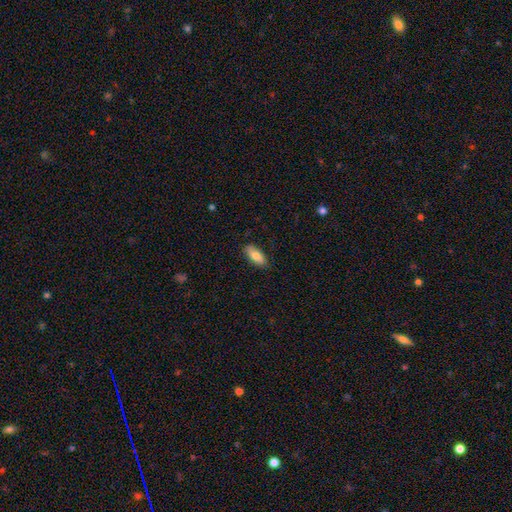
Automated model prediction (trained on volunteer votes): Smooth or featured? Predicted: smooth (p=0.82). How rounded? Predicted: in between (p=0.79). Merging? Predicted: none (p=0.85).